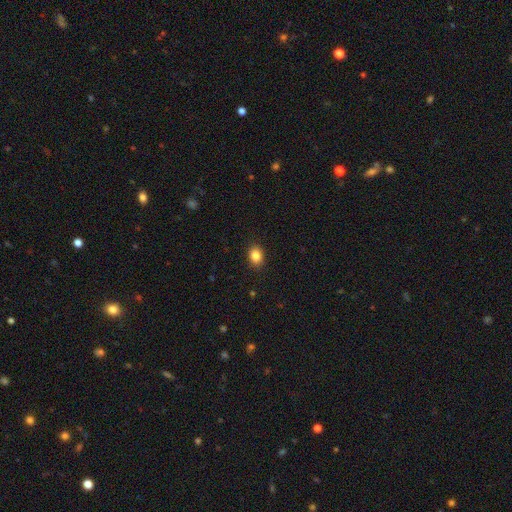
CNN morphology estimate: The model was most divided on "how rounded": in between: 57%, round: 42%, cigar-shaped: 1%. More confident: merging — none (90%); smooth or featured — smooth (85%).